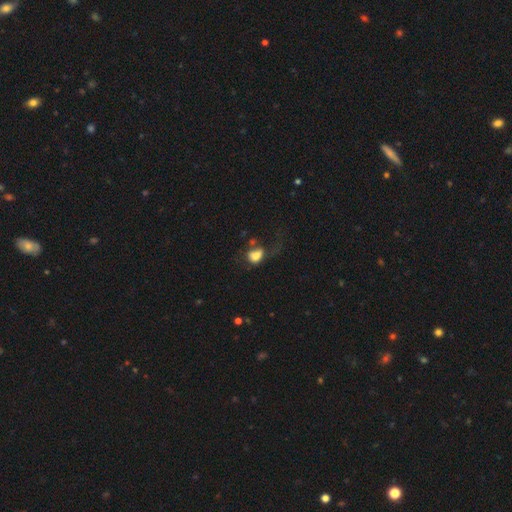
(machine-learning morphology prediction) A smooth galaxy with no disk features (73%) that is in between round and cigar-shaped (74%).

Vote fractions:
- Smooth or featured? smooth: 73% / featured or disk: 16% / star or artifact: 11%
- How rounded? in between: 74% / round: 25% / cigar-shaped: 2%
- Merging? major disturbance: 44% / none: 23% / minor disturbance: 21% / merger: 12%